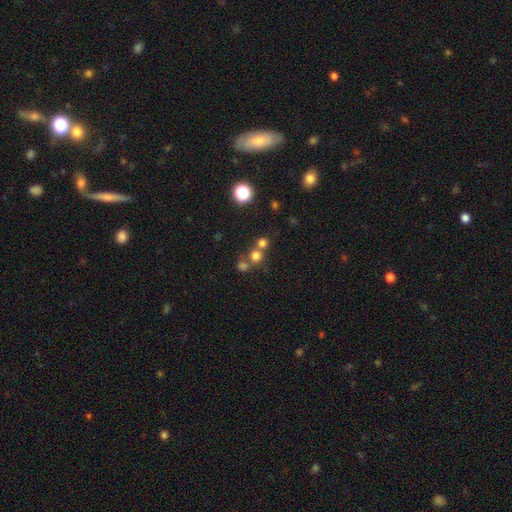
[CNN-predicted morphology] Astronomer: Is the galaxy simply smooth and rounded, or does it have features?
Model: smooth — 71%.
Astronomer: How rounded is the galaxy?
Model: round — 90%.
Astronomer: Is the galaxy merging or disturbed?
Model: none — 55% (runner-up: merger, 36%).